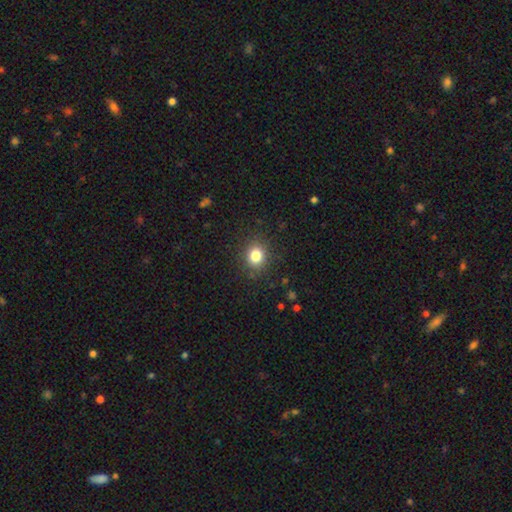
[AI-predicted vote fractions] Smooth or featured?
  - smooth: 82% *
  - star or artifact: 12%
  - featured or disk: 6%
How rounded?
  - round: 73% *
  - in between: 26%
  - cigar-shaped: 1%
Merging?
  - none: 88% *
  - minor disturbance: 8%
  - major disturbance: 3%
  - merger: 1%